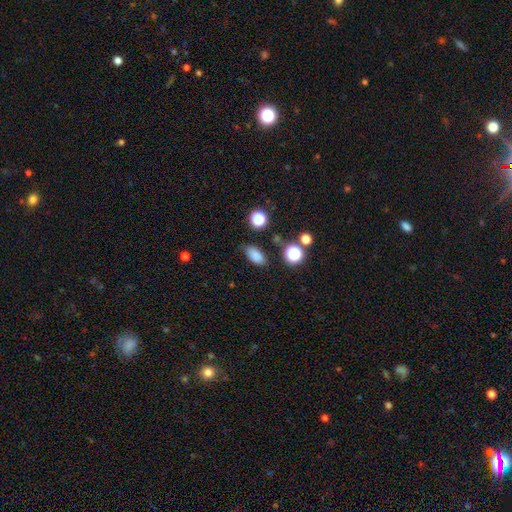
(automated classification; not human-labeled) Smooth or featured? smooth (82%)
How rounded? in between (87%)
Merging? none (79%)